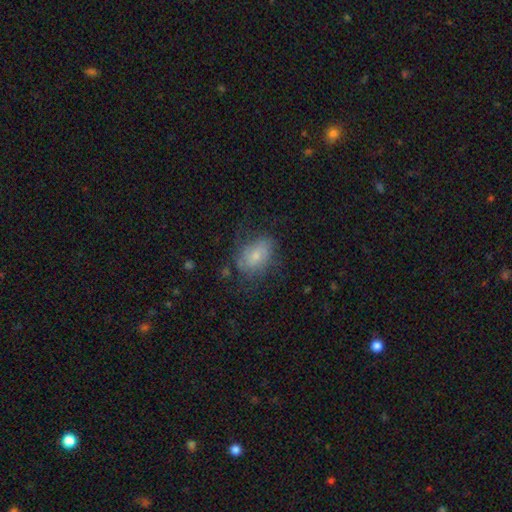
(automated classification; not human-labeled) A smooth galaxy with no disk features (58%) that is in between round and cigar-shaped (79%).

Vote fractions:
- Smooth or featured? smooth: 58% / featured or disk: 33% / star or artifact: 9%
- How rounded? in between: 79% / round: 20% / cigar-shaped: 2%
- Merging? none: 55% / minor disturbance: 26% / major disturbance: 17% / merger: 2%